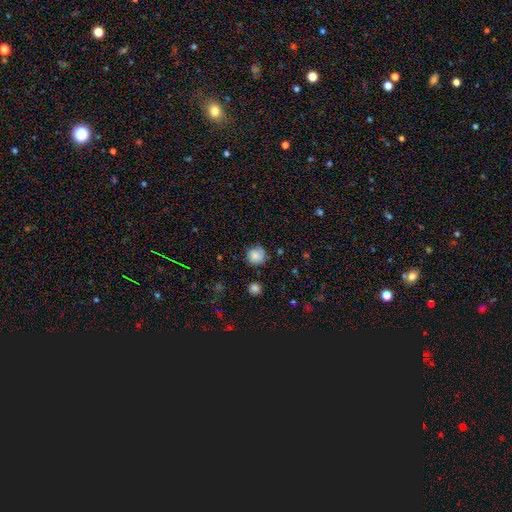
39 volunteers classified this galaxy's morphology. smooth_or_featured: smooth (p=0.82) [alt: featured or disk p=0.10]
how_rounded: round (p=0.97) [alt: in between p=0.03]
merging: none (p=0.67) [alt: minor disturbance p=0.25]